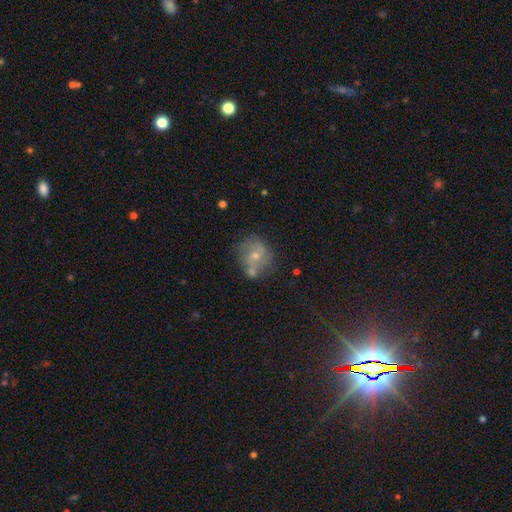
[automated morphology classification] This appears to be a featured or disk galaxy (54%) with no bar (55%), spiral arms (72%) and a small central bulge (53%). Merging: none (53%).